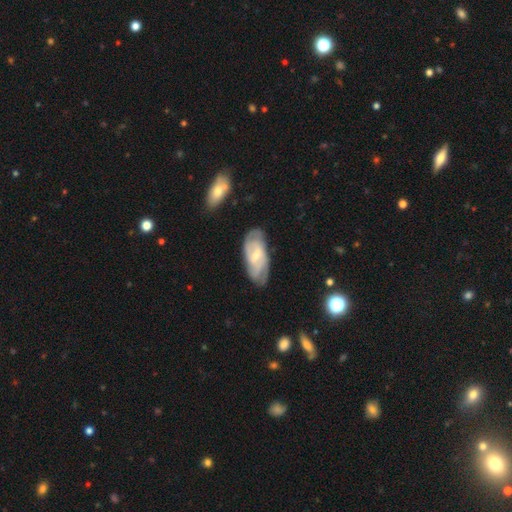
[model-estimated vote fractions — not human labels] Smooth or featured? featured or disk (70%)
Edge-on disk? no (93%)
Bar? weak (52%)
Spiral arms? yes (86%)
Spiral winding? tight (49%)
Spiral arm count? 2 (42%)
Bulge size? small (60%)
Merging? none (71%)